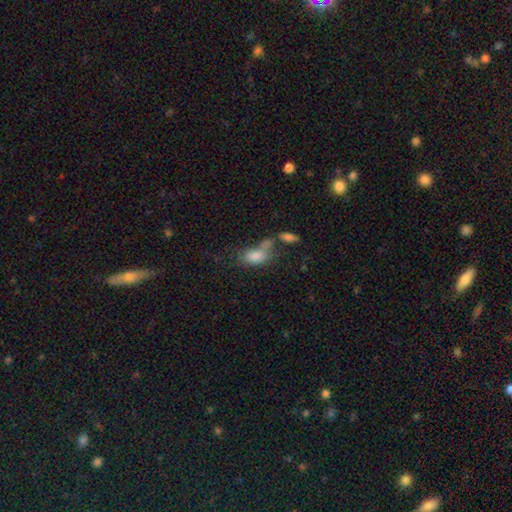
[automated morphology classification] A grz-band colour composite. It shows a smooth galaxy with no disk features (78%) that is in between round and cigar-shaped (88%). Merging: none (38%).